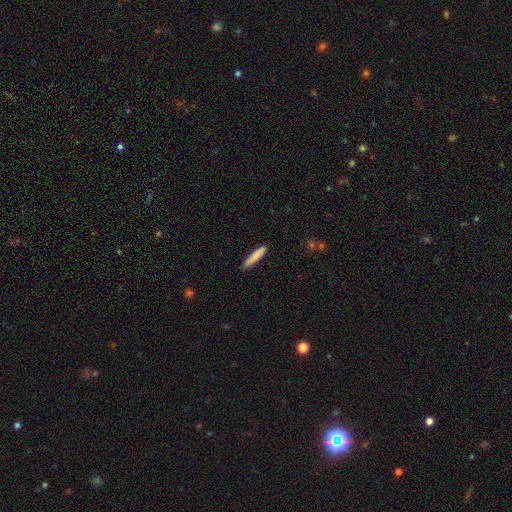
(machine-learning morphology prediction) This appears to be a smooth galaxy with no disk features (79%) that is cigar-shaped (91%). Merging: none (83%).